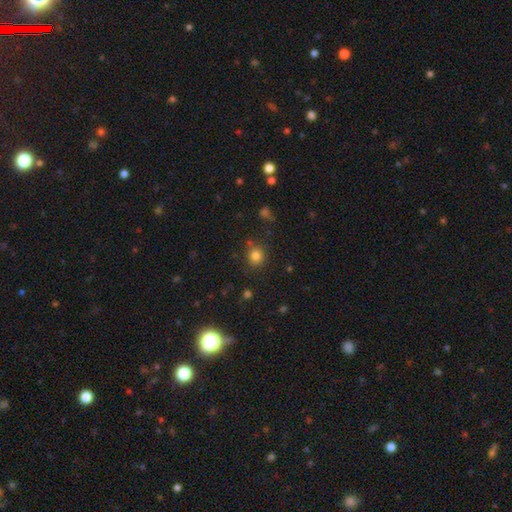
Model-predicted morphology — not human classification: smooth_or_featured: smooth (p=0.80) [alt: star or artifact p=0.14]
how_rounded: round (p=0.83) [alt: in between p=0.16]
merging: none (p=0.81) [alt: minor disturbance p=0.10]